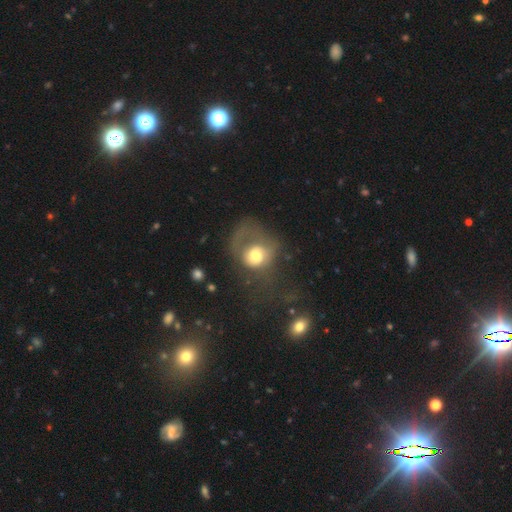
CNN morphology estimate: Overall: smooth (57%; featured or disk 33%). How rounded: round (66%; in between 33%). Merging: major disturbance (62%).